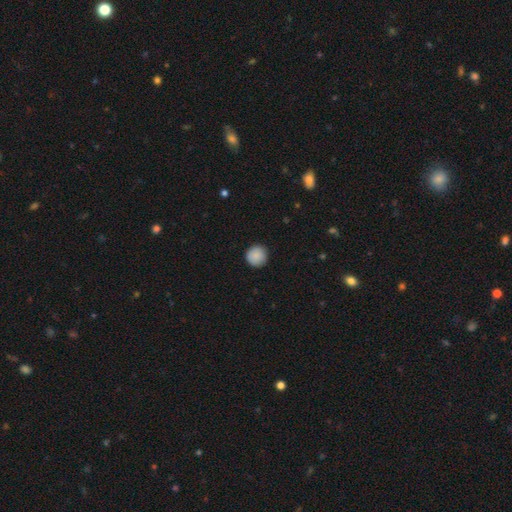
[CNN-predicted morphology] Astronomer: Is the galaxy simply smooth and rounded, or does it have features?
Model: smooth — 89%.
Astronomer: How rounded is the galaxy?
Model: round — 95%.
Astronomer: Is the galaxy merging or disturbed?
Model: none — 91%.